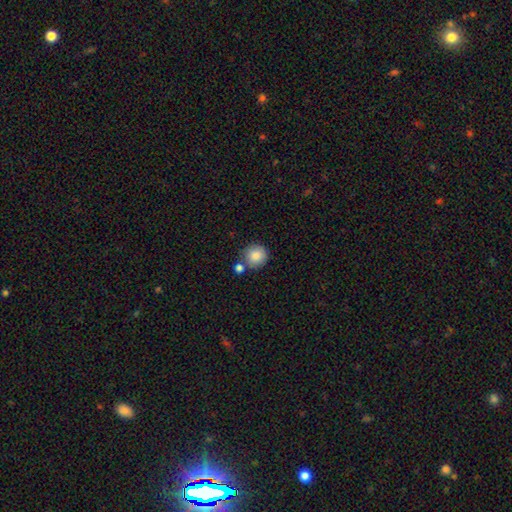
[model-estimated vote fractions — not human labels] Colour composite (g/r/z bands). It shows a smooth galaxy with no disk features (86%) that is round (92%). Merging: none (70%).